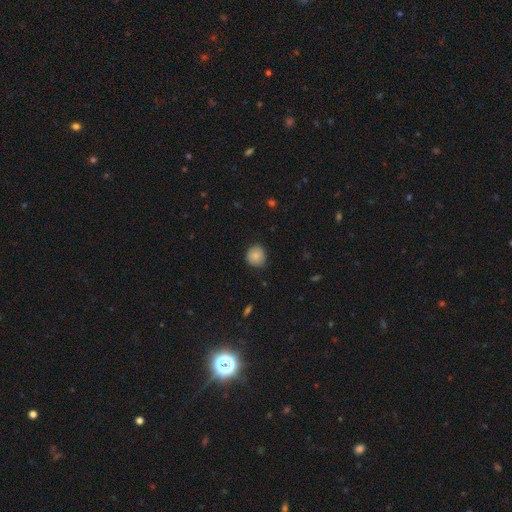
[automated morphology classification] This appears to be a smooth galaxy with no disk features (85%) that is round (86%). Merging: none (78%).